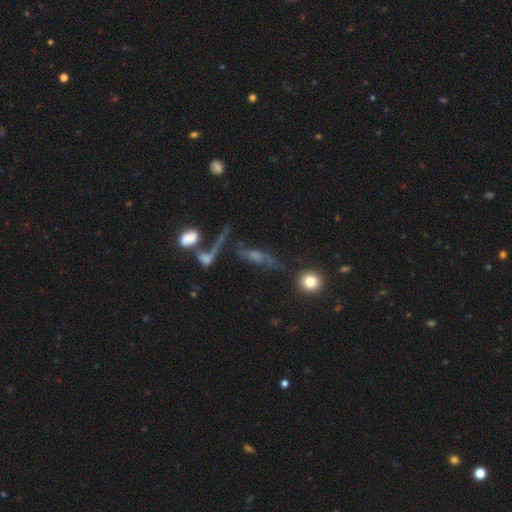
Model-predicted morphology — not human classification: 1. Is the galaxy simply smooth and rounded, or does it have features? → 61% featured or disk, 20% smooth, 19% star or artifact.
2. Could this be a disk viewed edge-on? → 63% no, 37% yes.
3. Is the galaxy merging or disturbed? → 47% none, 21% major disturbance, 17% minor disturbance, 15% merger.